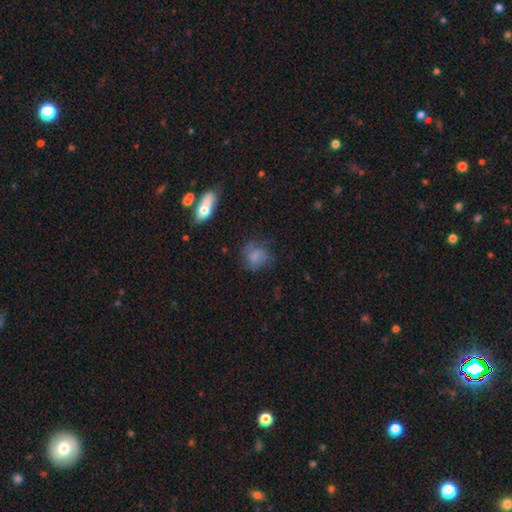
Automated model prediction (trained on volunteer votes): Smooth or featured? Predicted: smooth (p=0.67). How rounded? Predicted: round (p=0.66). Merging? Predicted: none (p=0.57).